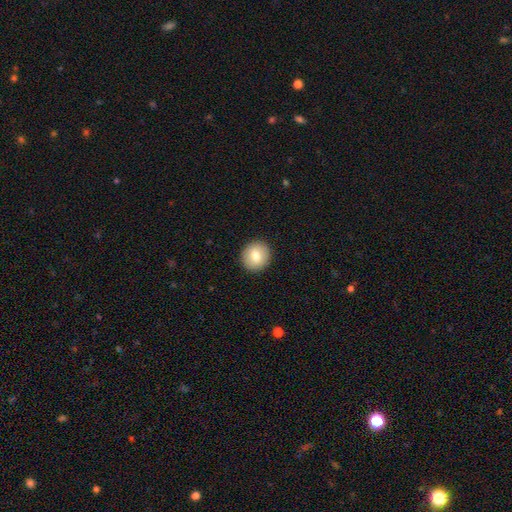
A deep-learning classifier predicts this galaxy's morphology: A smooth galaxy with no disk features (78%) that is round (86%).

Vote fractions:
- Smooth or featured? smooth: 78% / featured or disk: 15% / star or artifact: 8%
- How rounded? round: 86% / in between: 13% / cigar-shaped: 1%
- Merging? none: 92% / minor disturbance: 6% / major disturbance: 2% / merger: 1%